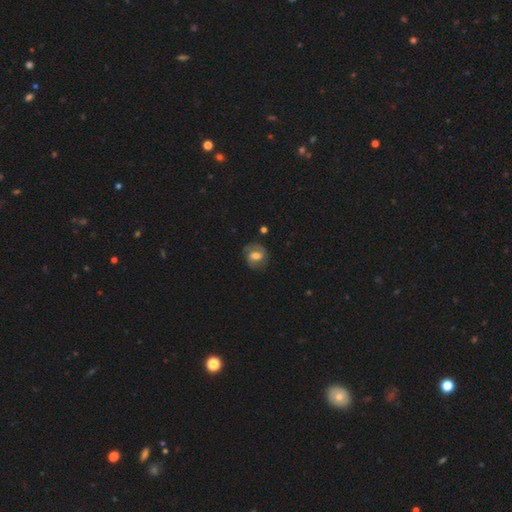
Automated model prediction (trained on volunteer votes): Q: Smooth or featured?
A: featured or disk (51%); runner-up: smooth (41%)
Q: Edge-on disk?
A: no (96%); runner-up: yes (4%)
Q: Merging?
A: none (72%); runner-up: minor disturbance (18%)